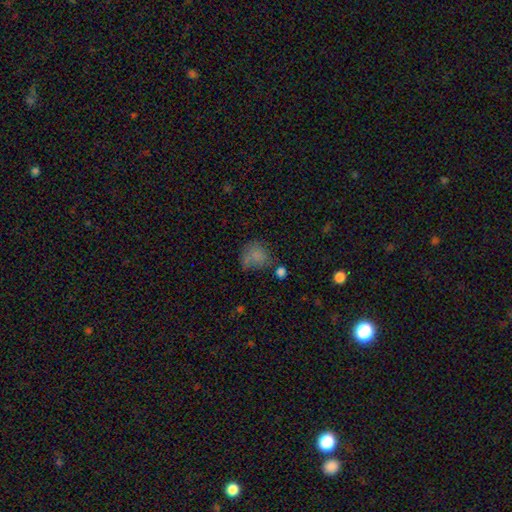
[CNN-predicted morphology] Smooth or featured? smooth (75%)
How rounded? round (72%)
Merging? none (48%)